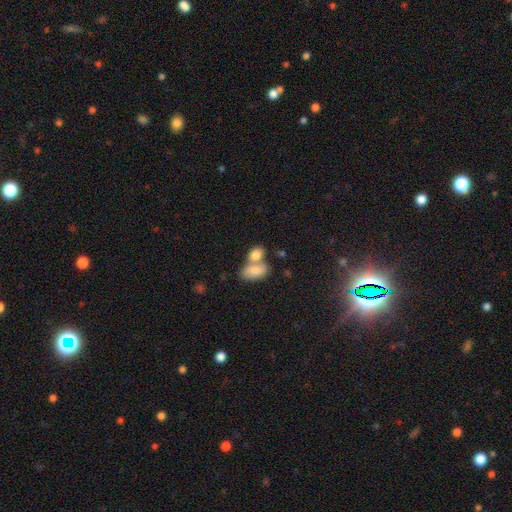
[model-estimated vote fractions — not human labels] Smooth or featured? Predicted: smooth (p=0.82). How rounded? Predicted: in between (p=0.86). Merging? Predicted: merger (p=0.58).